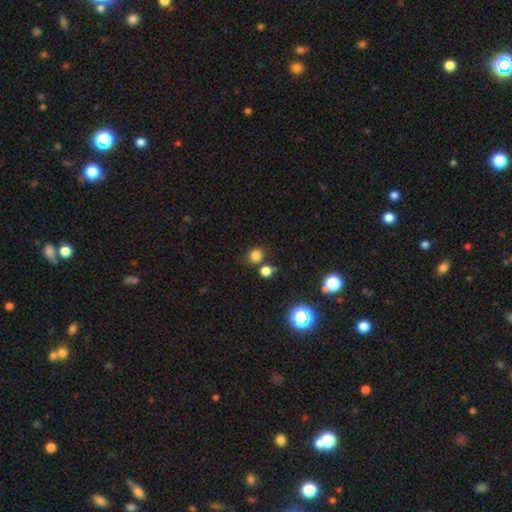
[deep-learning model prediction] smooth-or-featured: smooth: 79% | star or artifact: 16% | featured or disk: 5%
  how-rounded: round: 83% | in between: 16% | cigar-shaped: 1%
  merging: none: 73% | merger: 15% | minor disturbance: 9% | major disturbance: 3%